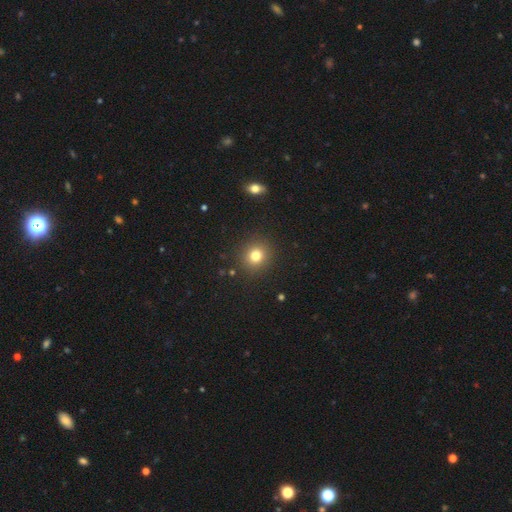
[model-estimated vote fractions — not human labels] This is likely a smooth galaxy (79%). How rounded: clearly round (88%). Merging: clearly none (90%).